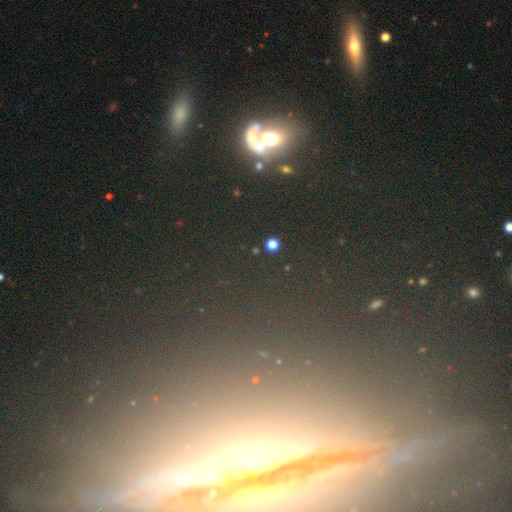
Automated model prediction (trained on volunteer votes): A star or artifact, not a galaxy (51%).